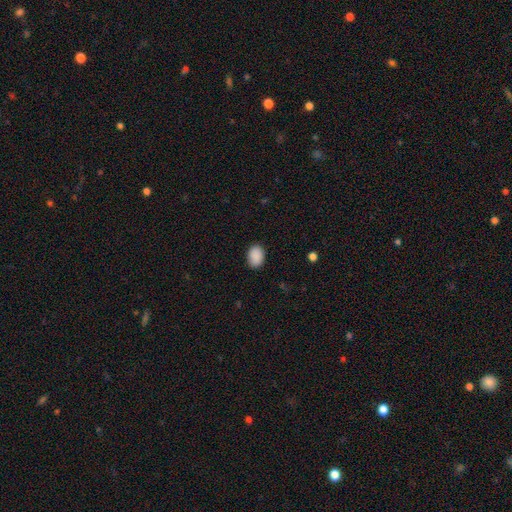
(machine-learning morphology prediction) Smooth or featured?
  - smooth: 90% *
  - star or artifact: 7%
  - featured or disk: 2%
How rounded?
  - in between: 78% *
  - round: 21%
  - cigar-shaped: 1%
Merging?
  - none: 87% *
  - minor disturbance: 10%
  - major disturbance: 2%
  - merger: 1%